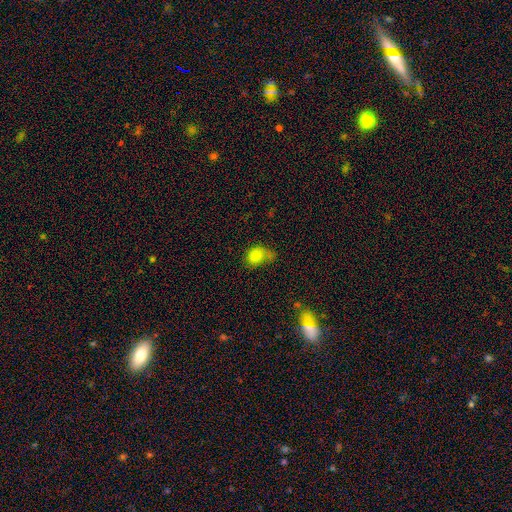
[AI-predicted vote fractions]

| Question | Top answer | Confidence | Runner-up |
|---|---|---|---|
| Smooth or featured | smooth | 81% | star or artifact (10%) |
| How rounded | in between | 53% | round (46%) |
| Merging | none | 38% | minor disturbance (28%) |